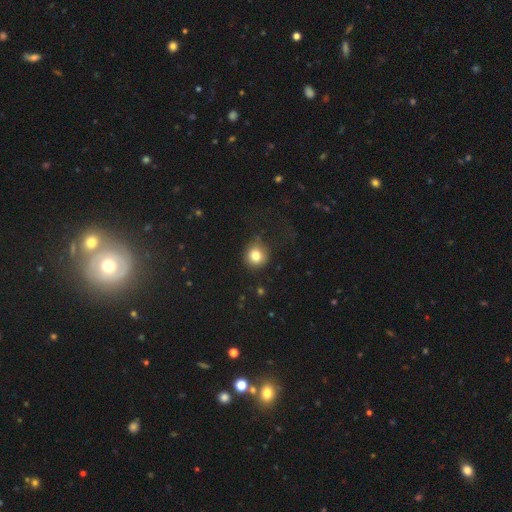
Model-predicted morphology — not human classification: smooth-or-featured: smooth: 81% | star or artifact: 11% | featured or disk: 8%
  how-rounded: round: 90% | in between: 9% | cigar-shaped: 1%
  merging: none: 77% | minor disturbance: 15% | major disturbance: 6% | merger: 2%